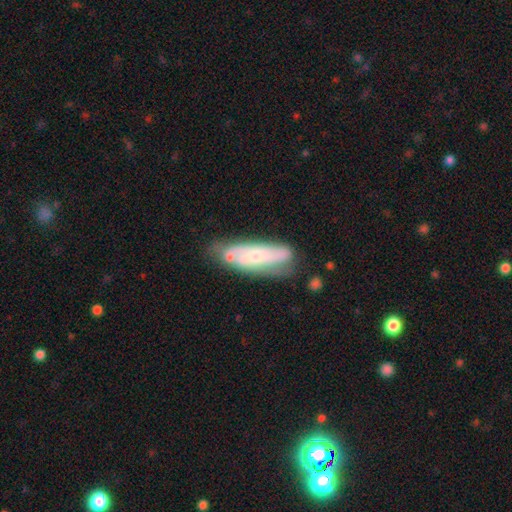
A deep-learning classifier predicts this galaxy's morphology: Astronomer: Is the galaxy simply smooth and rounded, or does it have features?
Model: featured or disk — 57% (runner-up: smooth, 36%).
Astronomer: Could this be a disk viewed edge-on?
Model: no — 78%.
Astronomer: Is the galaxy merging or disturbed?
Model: none — 56%.